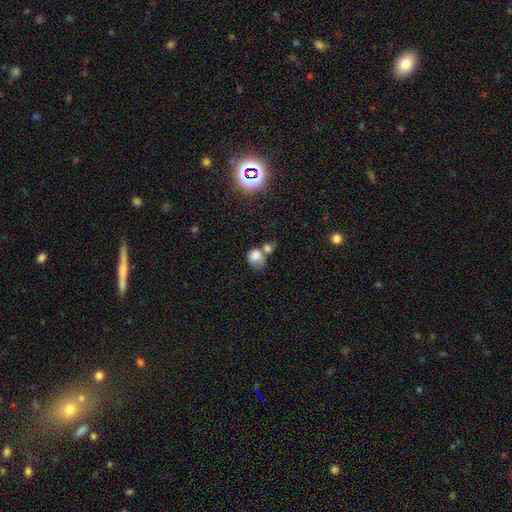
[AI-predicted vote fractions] Smooth or featured?
  - smooth: 74% *
  - featured or disk: 13%
  - star or artifact: 12%
How rounded?
  - round: 53% *
  - in between: 46%
  - cigar-shaped: 1%
Merging?
  - merger: 49% *
  - none: 24%
  - minor disturbance: 14%
  - major disturbance: 13%